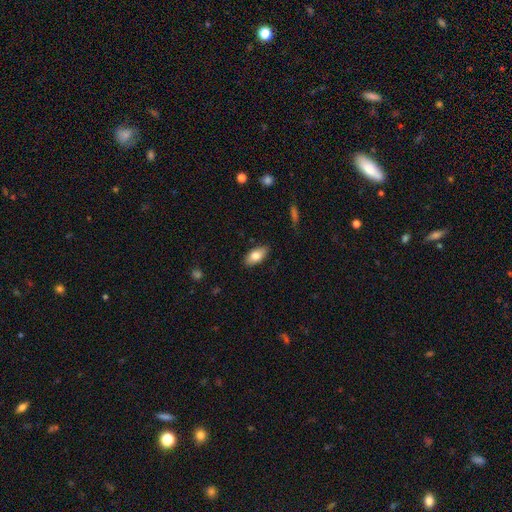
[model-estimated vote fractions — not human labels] Morphology: type=smooth (80%); roundness=in between (91%); merging=none (87%).